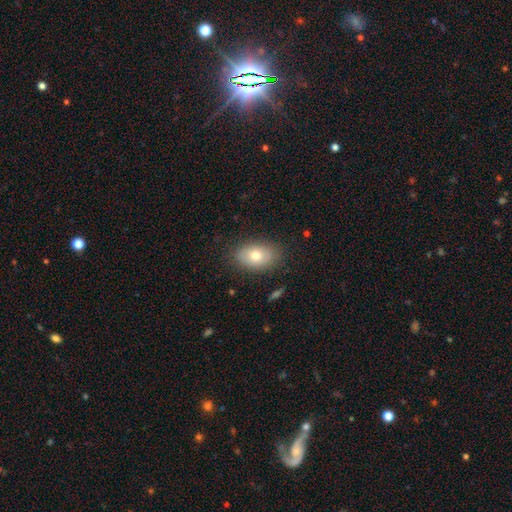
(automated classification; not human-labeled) Smooth or featured? smooth (74%)
How rounded? in between (86%)
Merging? none (84%)